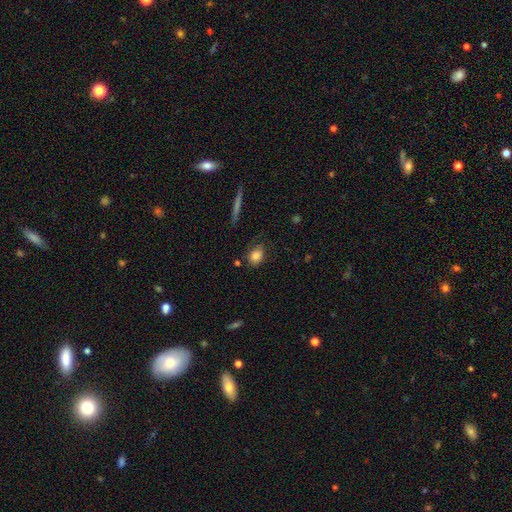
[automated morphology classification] Smooth or featured?
  - smooth: 80% *
  - featured or disk: 12%
  - star or artifact: 8%
How rounded?
  - in between: 67% *
  - round: 31%
  - cigar-shaped: 3%
Merging?
  - none: 71% *
  - minor disturbance: 19%
  - major disturbance: 6%
  - merger: 3%